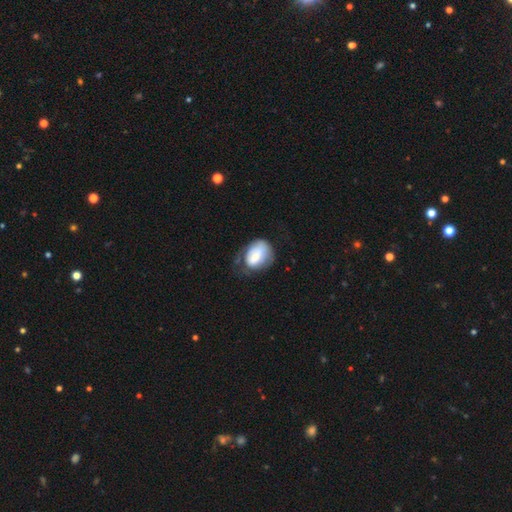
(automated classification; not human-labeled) A smooth galaxy with no disk features (66%) that is in between round and cigar-shaped (75%).

Vote fractions:
- Smooth or featured? smooth: 66% / featured or disk: 27% / star or artifact: 7%
- How rounded? in between: 75% / round: 24% / cigar-shaped: 1%
- Merging? none: 40% / minor disturbance: 34% / major disturbance: 24% / merger: 2%